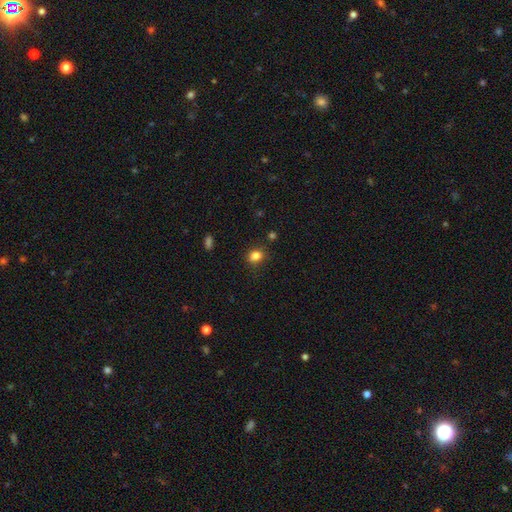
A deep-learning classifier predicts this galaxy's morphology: A smooth galaxy with no disk features (83%) that is round (50%).

Vote fractions:
- Smooth or featured? smooth: 83% / star or artifact: 12% / featured or disk: 5%
- How rounded? round: 50% / in between: 49% / cigar-shaped: 1%
- Merging? none: 82% / minor disturbance: 12% / major disturbance: 3% / merger: 2%